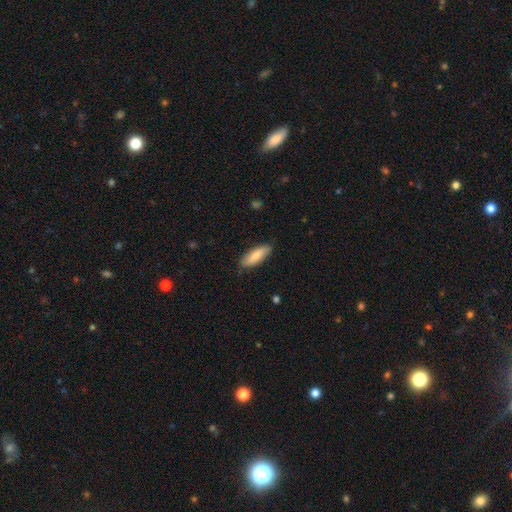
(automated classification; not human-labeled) This is clearly a smooth galaxy (83%). How rounded: possibly in between (59%). Merging: clearly none (82%).